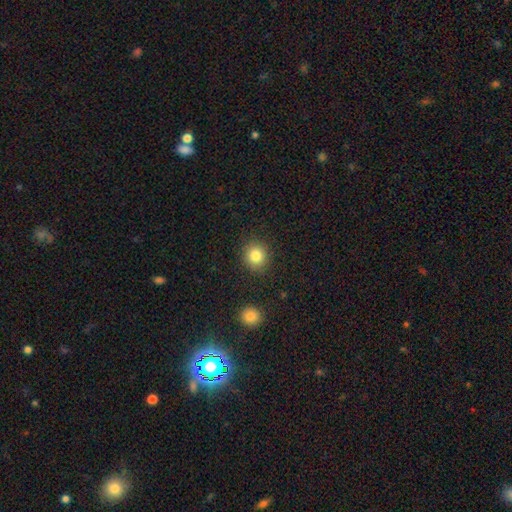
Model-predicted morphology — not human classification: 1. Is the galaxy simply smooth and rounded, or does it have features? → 83% smooth, 10% star or artifact, 7% featured or disk.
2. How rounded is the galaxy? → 88% round, 11% in between, 1% cigar-shaped.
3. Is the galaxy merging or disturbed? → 89% none, 7% minor disturbance, 2% major disturbance, 2% merger.